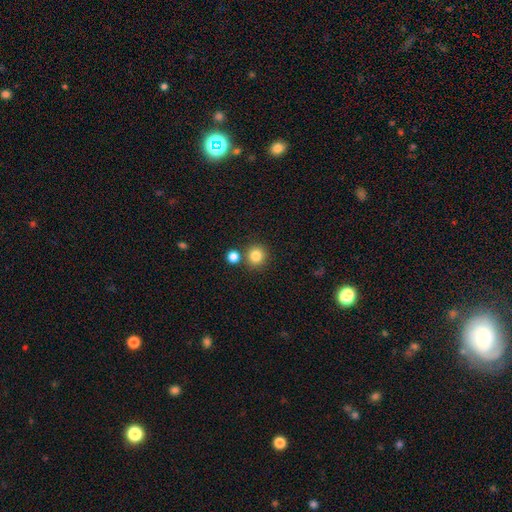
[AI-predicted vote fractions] Smooth or featured: smooth — 82% (star or artifact — 12%)
How rounded: round — 93% (in between — 6%)
Merging: none — 79% (merger — 12%)